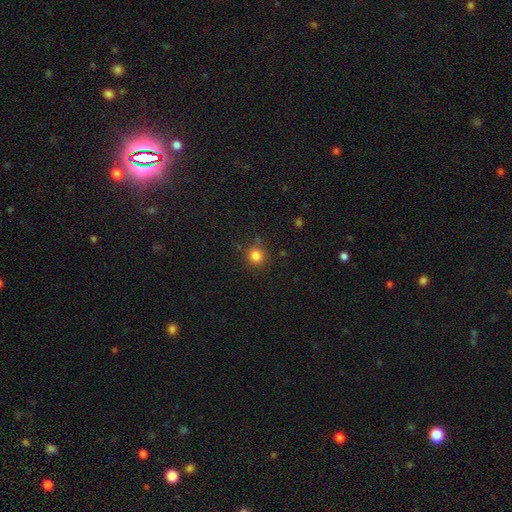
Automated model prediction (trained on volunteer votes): smooth-or-featured: smooth: 83% | star or artifact: 13% | featured or disk: 5%
  how-rounded: round: 91% | in between: 8% | cigar-shaped: 1%
  merging: none: 83% | minor disturbance: 11% | merger: 3% | major disturbance: 3%